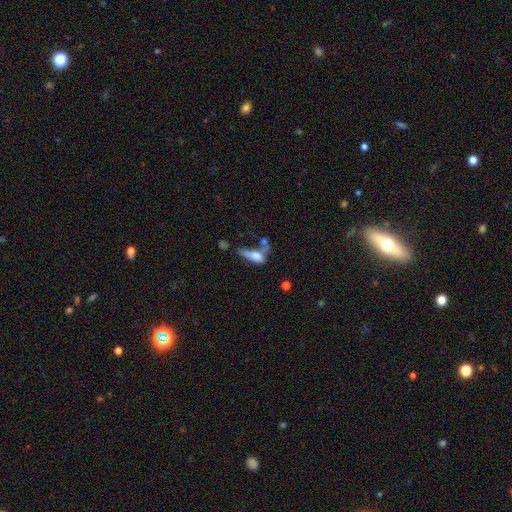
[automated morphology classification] Q: Smooth or featured?
A: smooth (60%); runner-up: featured or disk (30%)
Q: How rounded?
A: in between (64%); runner-up: cigar-shaped (31%)
Q: Merging?
A: merger (32%); runner-up: major disturbance (31%)